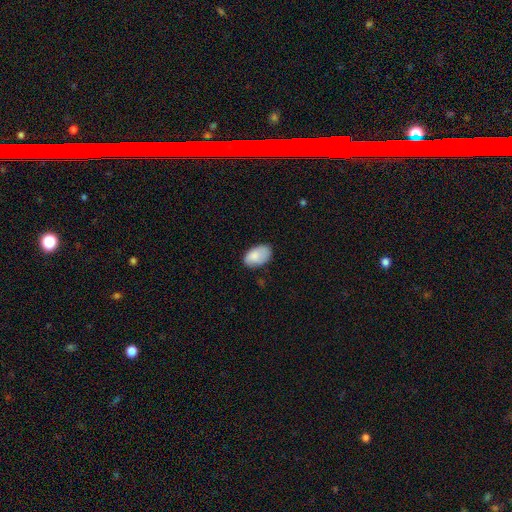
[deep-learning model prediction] Morphology: type=smooth (83%); roundness=in between (92%); merging=none (69%).